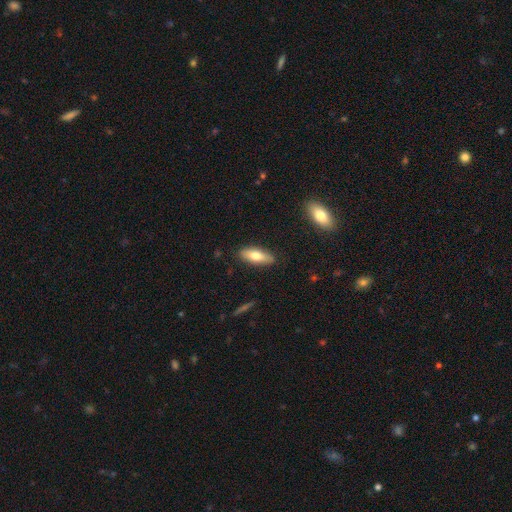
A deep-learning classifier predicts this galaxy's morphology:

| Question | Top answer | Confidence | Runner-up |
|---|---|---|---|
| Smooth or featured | smooth | 72% | featured or disk (22%) |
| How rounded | in between | 71% | cigar-shaped (27%) |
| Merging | none | 86% | minor disturbance (10%) |